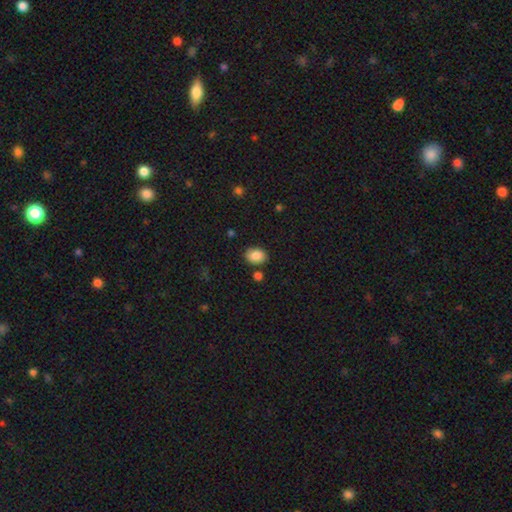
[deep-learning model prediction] Smooth or featured? Predicted: smooth (p=0.87). How rounded? Predicted: in between (p=0.66). Merging? Predicted: none (p=0.81).